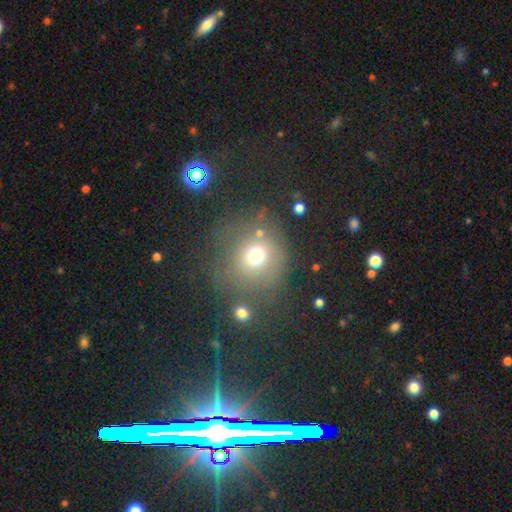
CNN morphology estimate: Q: Smooth or featured?
A: smooth (68%); runner-up: star or artifact (17%)
Q: How rounded?
A: round (86%); runner-up: in between (13%)
Q: Merging?
A: none (63%); runner-up: minor disturbance (16%)